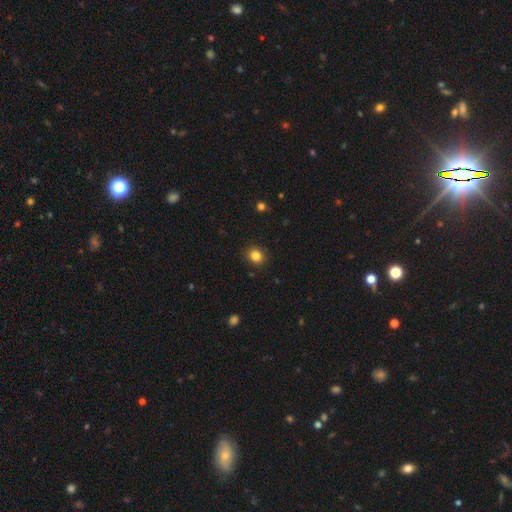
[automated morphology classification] Smooth or featured?
  - smooth: 84% *
  - star or artifact: 12%
  - featured or disk: 5%
How rounded?
  - round: 77% *
  - in between: 22%
  - cigar-shaped: 1%
Merging?
  - none: 90% *
  - minor disturbance: 7%
  - major disturbance: 2%
  - merger: 1%